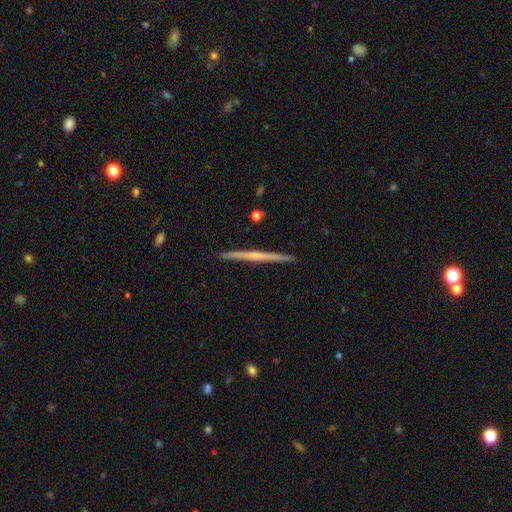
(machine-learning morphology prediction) type=featured or disk (65%); edge-on=yes (98%); edge-on bulge=none (67%); merging=none (93%).